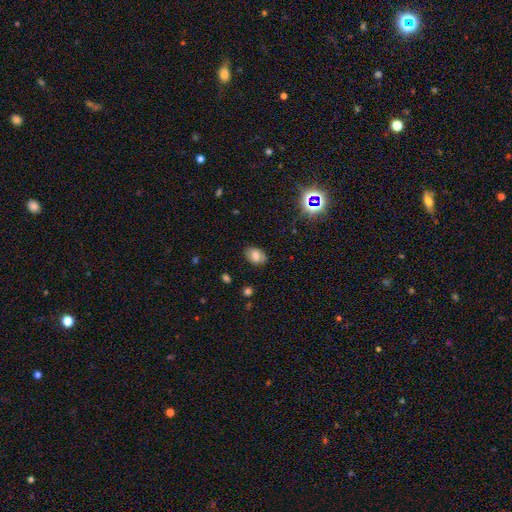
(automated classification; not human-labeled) Smooth or featured? smooth (74%)
How rounded? in between (82%)
Merging? none (82%)